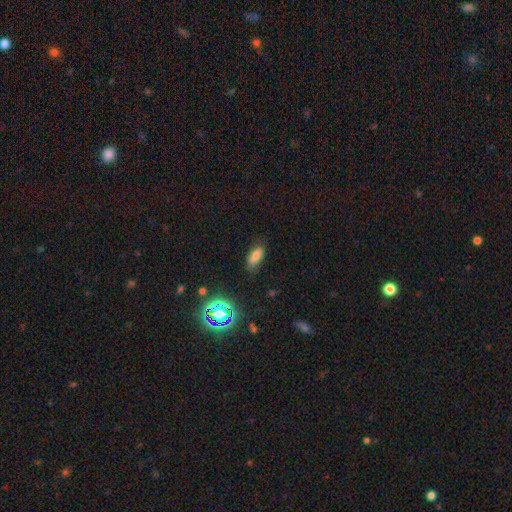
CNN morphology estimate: type=smooth (71%); roundness=in between (83%); merging=none (74%).